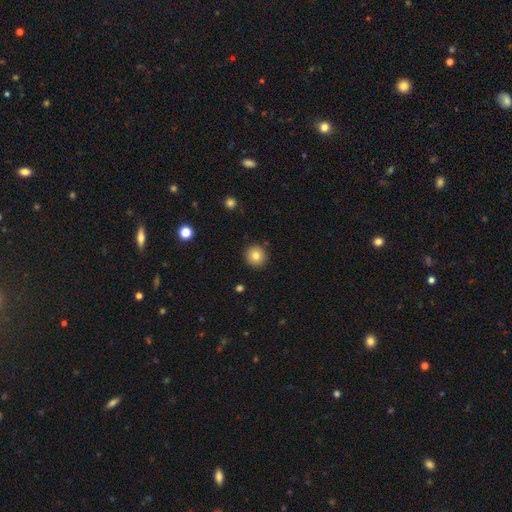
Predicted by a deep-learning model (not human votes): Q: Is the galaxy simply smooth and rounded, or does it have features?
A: smooth — 82%.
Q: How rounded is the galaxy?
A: round — 94%.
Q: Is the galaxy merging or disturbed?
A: none — 91%.